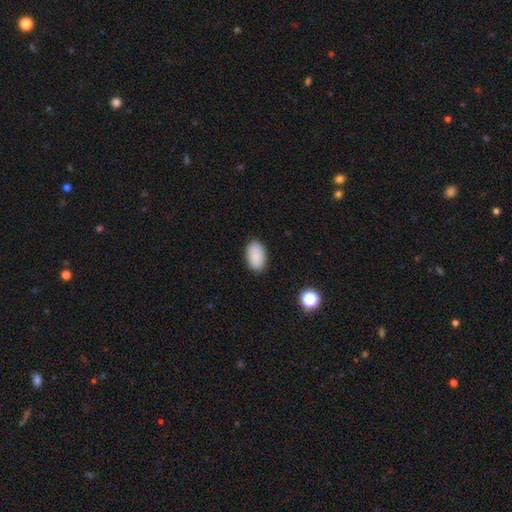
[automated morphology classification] smooth-or-featured: smooth: 88% | star or artifact: 7% | featured or disk: 5%
  how-rounded: in between: 94% | round: 5% | cigar-shaped: 1%
  merging: none: 88% | minor disturbance: 9% | major disturbance: 2% | merger: 1%